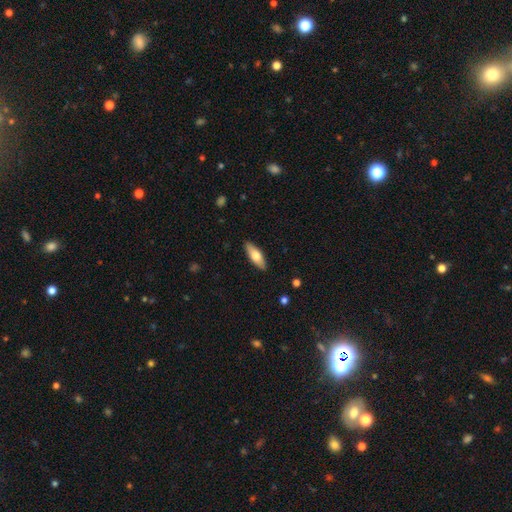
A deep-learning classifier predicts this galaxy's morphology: smooth 66%, featured or disk 29%, star or artifact 6%. Down the decision tree: how rounded — in between (63%); merging — none (88%).